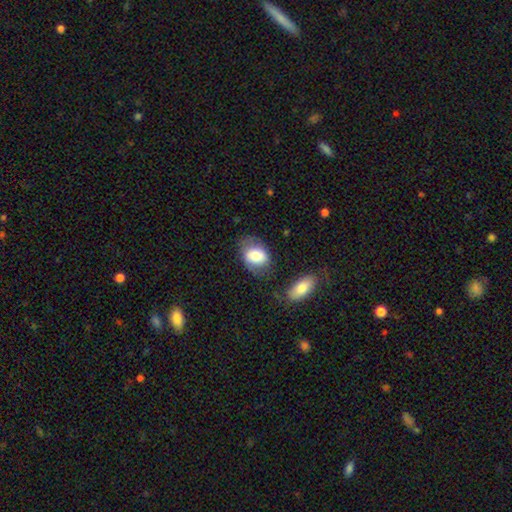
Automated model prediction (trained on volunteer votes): Smooth or featured? Predicted: smooth (p=0.73). How rounded? Predicted: in between (p=0.72). Merging? Predicted: none (p=0.60).